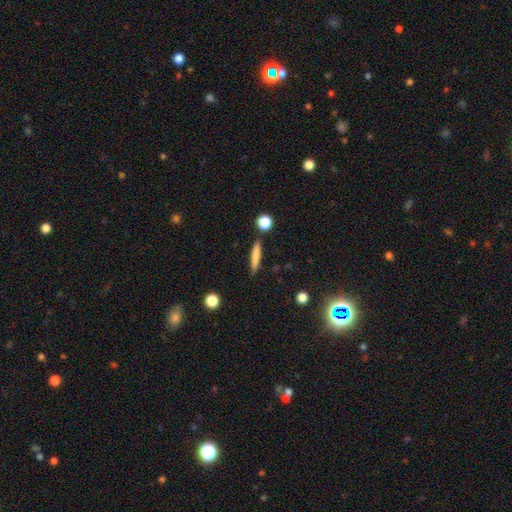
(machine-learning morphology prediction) Smooth or featured? Predicted: smooth (p=0.76). How rounded? Predicted: cigar-shaped (p=0.90). Merging? Predicted: none (p=0.85).